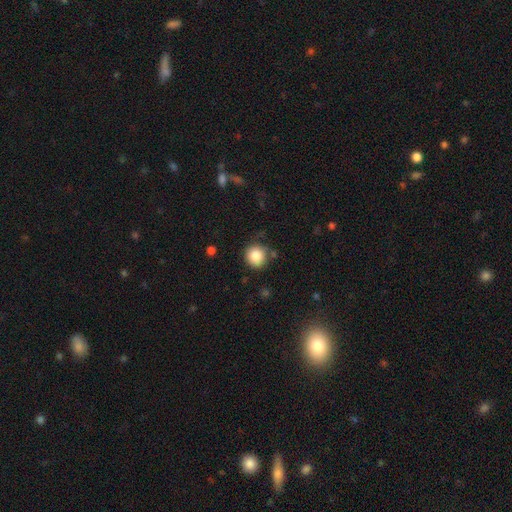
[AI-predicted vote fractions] Smooth or featured?
  - smooth: 85% *
  - star or artifact: 10%
  - featured or disk: 6%
How rounded?
  - round: 92% *
  - in between: 7%
  - cigar-shaped: 1%
Merging?
  - none: 82% *
  - minor disturbance: 11%
  - merger: 4%
  - major disturbance: 3%